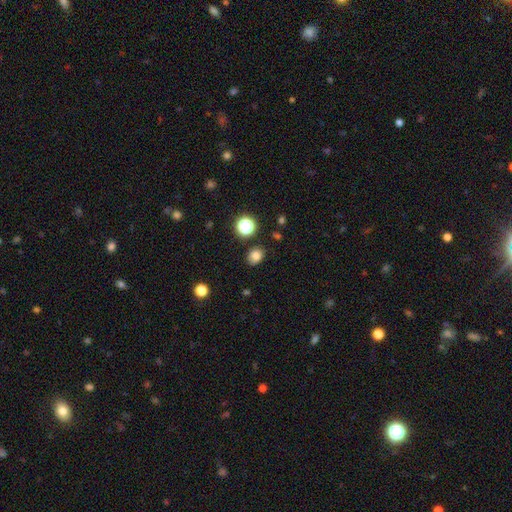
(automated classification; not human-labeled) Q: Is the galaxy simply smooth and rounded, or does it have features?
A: smooth — 80%.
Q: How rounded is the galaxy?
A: round — 53%.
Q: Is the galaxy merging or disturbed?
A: none — 84%.